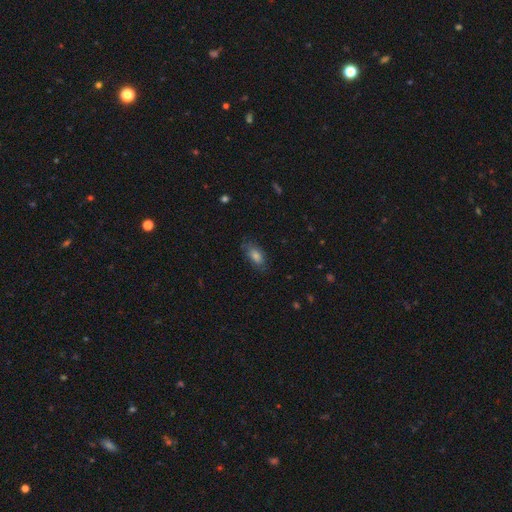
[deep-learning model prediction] Morphology: type=smooth (70%); roundness=in between (83%); merging=none (74%).